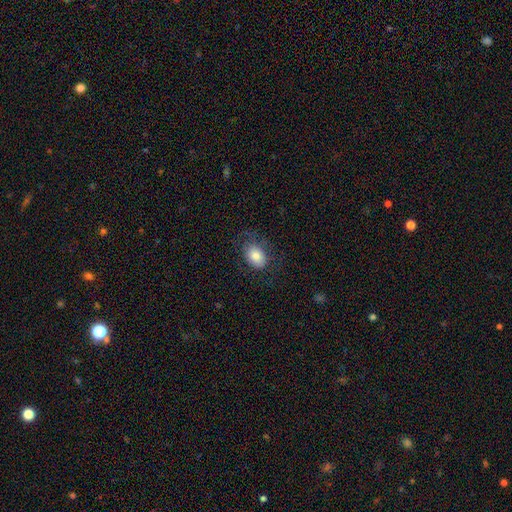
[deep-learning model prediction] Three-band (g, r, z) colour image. It shows a smooth galaxy with no disk features (79%) that is in between round and cigar-shaped (78%). Merging: none (68%).